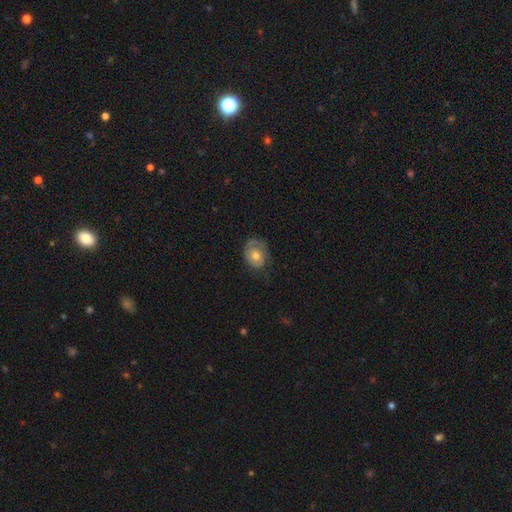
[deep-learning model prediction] This is possibly a smooth galaxy (57%). How rounded: possibly round (53%). Merging: possibly none (57%).